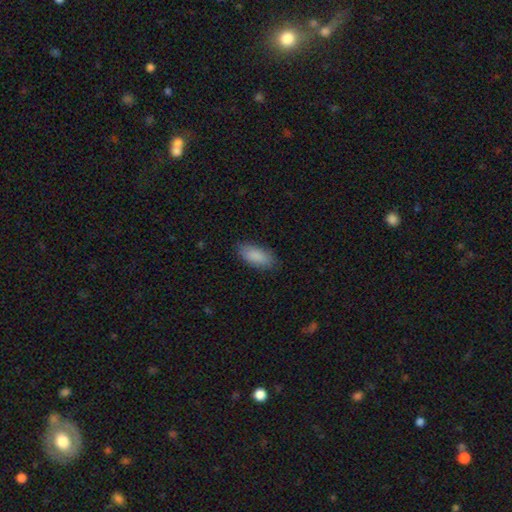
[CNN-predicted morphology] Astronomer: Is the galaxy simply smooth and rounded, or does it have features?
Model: smooth — 88%.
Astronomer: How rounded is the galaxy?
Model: in between — 86%.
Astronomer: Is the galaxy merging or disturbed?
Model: none — 84%.